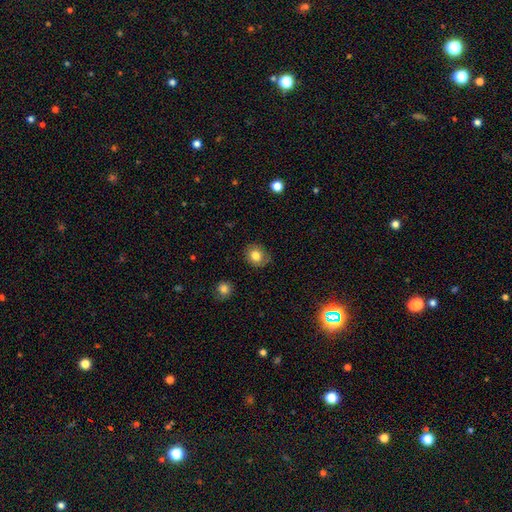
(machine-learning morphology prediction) Overall: smooth (79%). How rounded: round (69%; in between 30%). Merging: none (84%).